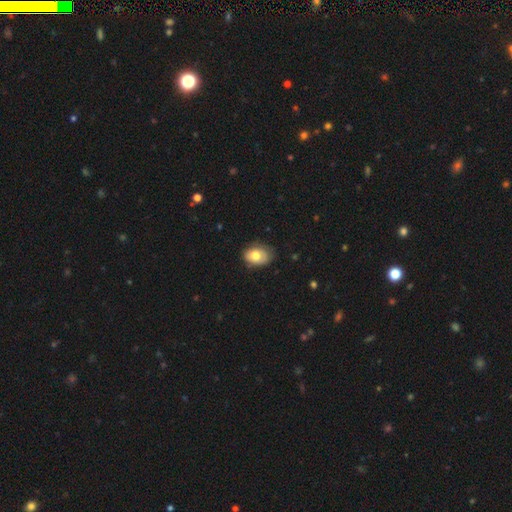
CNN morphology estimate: Overall: smooth (71%). How rounded: in between (78%). Merging: none (70%).